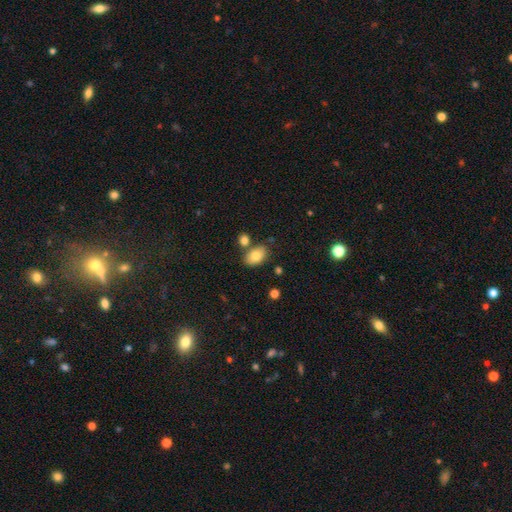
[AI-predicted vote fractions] A smooth galaxy with no disk features (80%) that is in between round and cigar-shaped (88%). Merging: none (70%).